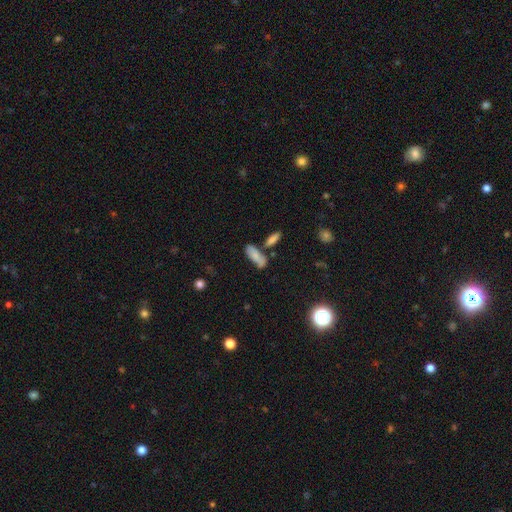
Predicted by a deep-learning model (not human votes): smooth-or-featured: smooth: 75% | featured or disk: 17% | star or artifact: 8%
  how-rounded: in between: 72% | cigar-shaped: 25% | round: 3%
  merging: none: 52% | merger: 22% | minor disturbance: 19% | major disturbance: 6%